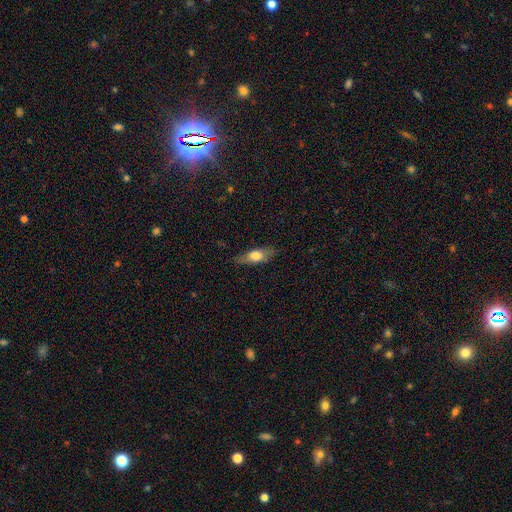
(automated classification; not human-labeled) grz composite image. It shows a smooth galaxy with no disk features (65%) that is in between round and cigar-shaped (60%). Merging: none (80%).